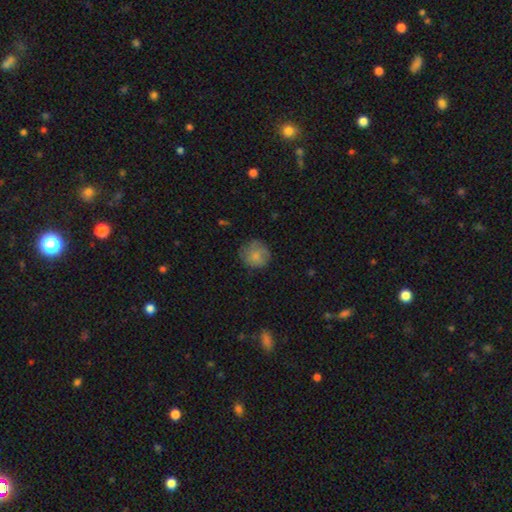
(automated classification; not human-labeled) This is likely a smooth galaxy (76%). How rounded: clearly round (90%). Merging: likely none (74%).